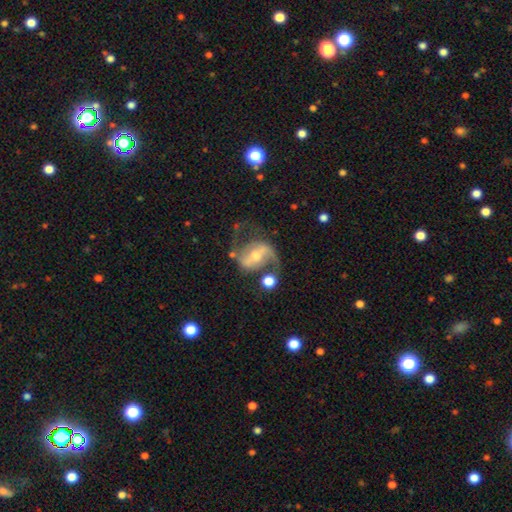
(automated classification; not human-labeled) Smooth or featured? Predicted: featured or disk (p=0.83). Edge-on disk? Predicted: no (p=0.97). Bar? Predicted: strong (p=0.43). Spiral arms? Predicted: yes (p=0.93). Spiral winding? Predicted: loose (p=0.47). Spiral arm count? Predicted: 2 (p=0.89). Bulge size? Predicted: moderate (p=0.59). Merging? Predicted: none (p=0.58).